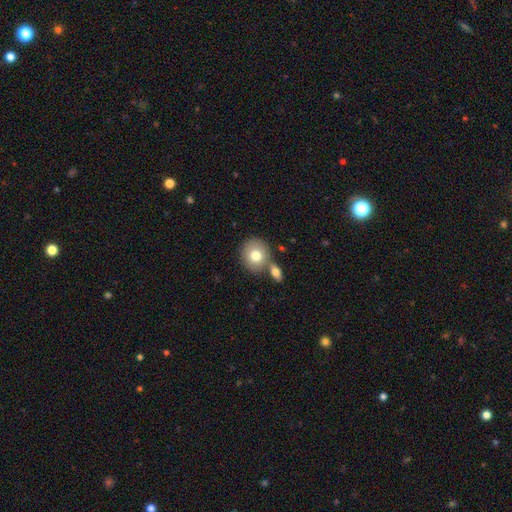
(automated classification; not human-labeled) Smooth or featured? smooth (77%)
How rounded? round (78%)
Merging? none (56%)